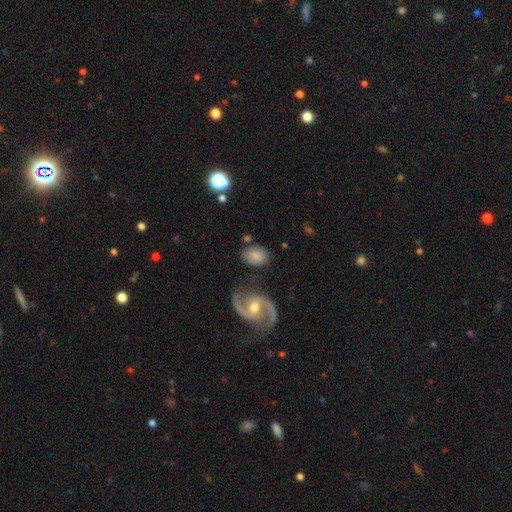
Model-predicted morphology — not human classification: This is likely a smooth galaxy (63%). How rounded: likely in between (74%). Merging: likely none (71%).